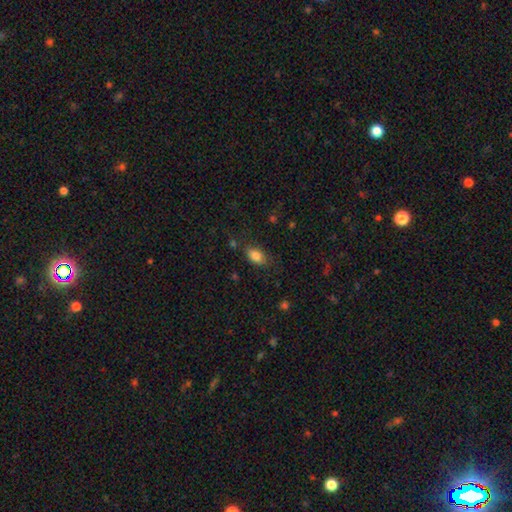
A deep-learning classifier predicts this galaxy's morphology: This appears to be a smooth galaxy with no disk features (83%) that is in between round and cigar-shaped (88%). Merging: none (73%).